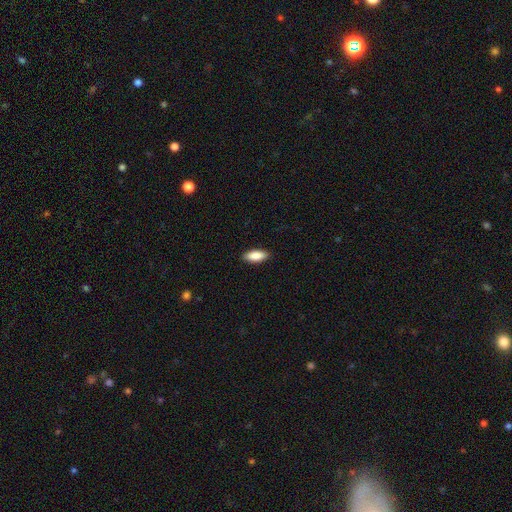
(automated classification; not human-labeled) Smooth or featured? Predicted: smooth (p=0.89). How rounded? Predicted: in between (p=0.83). Merging? Predicted: none (p=0.89).